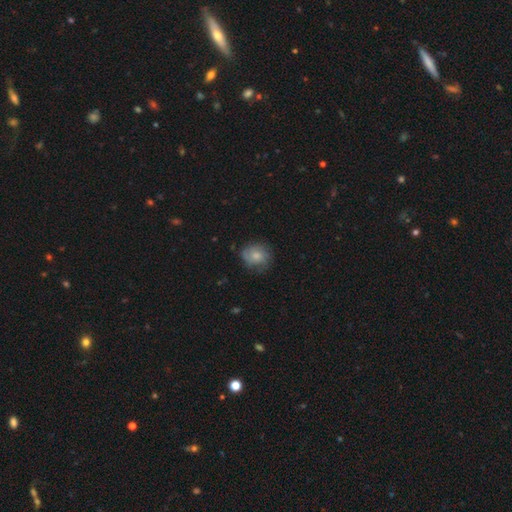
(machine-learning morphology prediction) The model was most divided on "smooth or featured": smooth: 66%, featured or disk: 26%, star or artifact: 8%. More confident: how rounded — round (72%); merging — none (68%).